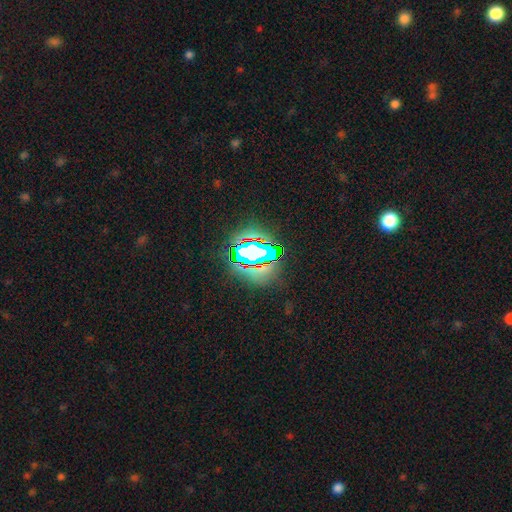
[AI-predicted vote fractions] A star or artifact, not a galaxy (62%).